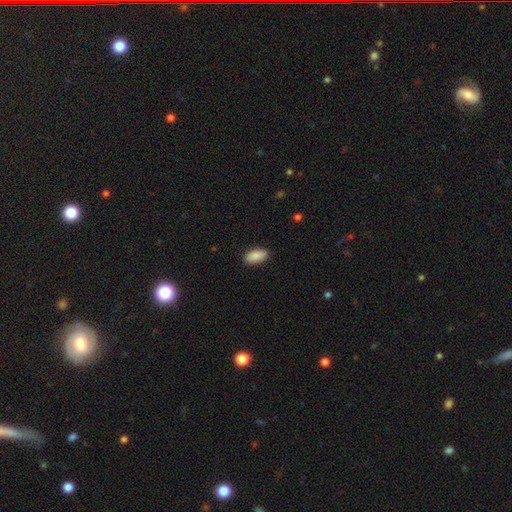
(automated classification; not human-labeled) Smooth or featured? smooth (88%)
How rounded? in between (92%)
Merging? none (88%)